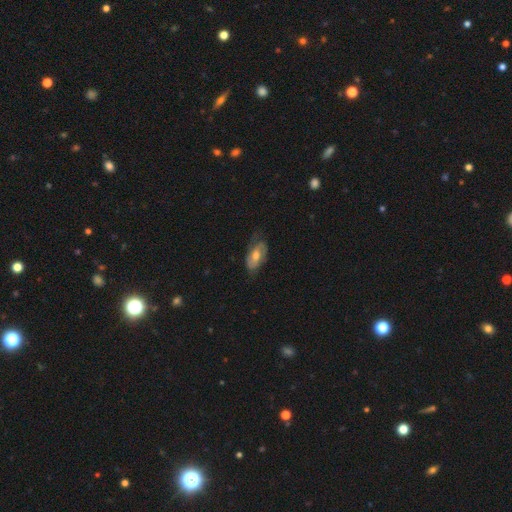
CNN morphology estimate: Q: Smooth or featured?
A: featured or disk (54%); runner-up: smooth (38%)
Q: Edge-on disk?
A: no (90%); runner-up: yes (10%)
Q: Merging?
A: none (63%); runner-up: minor disturbance (26%)